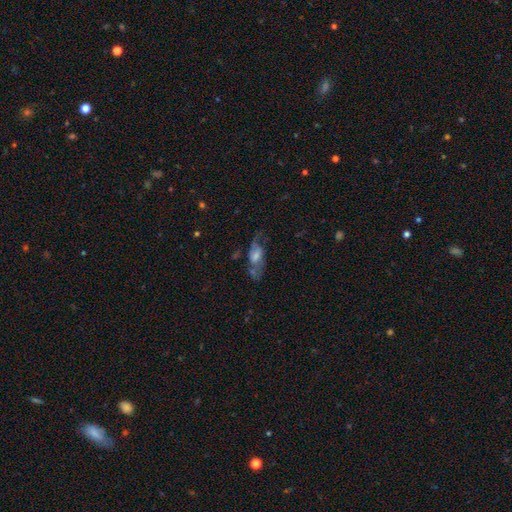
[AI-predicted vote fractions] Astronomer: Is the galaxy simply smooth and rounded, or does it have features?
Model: featured or disk — 58% (runner-up: smooth, 33%).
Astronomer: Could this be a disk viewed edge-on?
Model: no — 86%.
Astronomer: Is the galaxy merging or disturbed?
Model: none — 48% (runner-up: major disturbance, 24%).